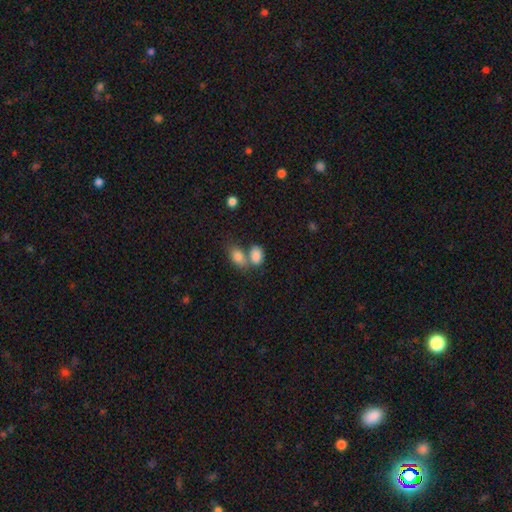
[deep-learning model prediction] smooth 84%, star or artifact 9%, featured or disk 8%. Down the decision tree: how rounded — in between (83%); merging — merger (50%).